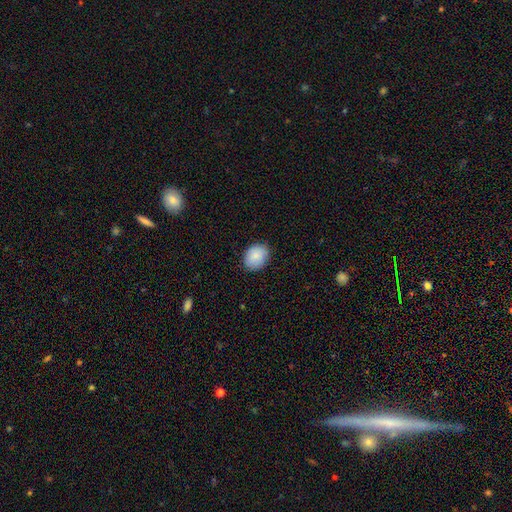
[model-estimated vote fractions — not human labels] Smooth or featured: smooth — 87% (star or artifact — 7%)
How rounded: in between — 53% (round — 46%)
Merging: none — 83% (minor disturbance — 13%)